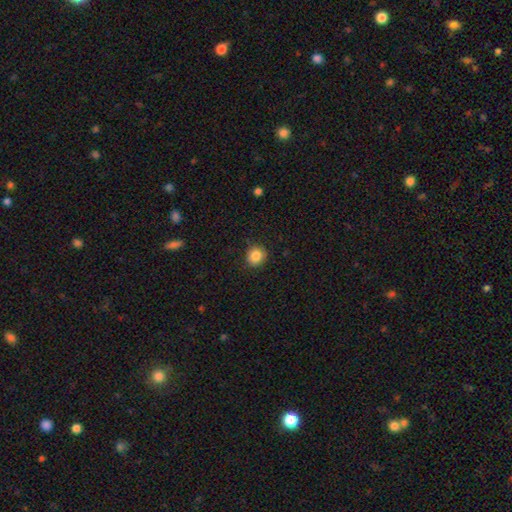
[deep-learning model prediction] Morphology: type=smooth (86%); roundness=round (87%); merging=none (88%).